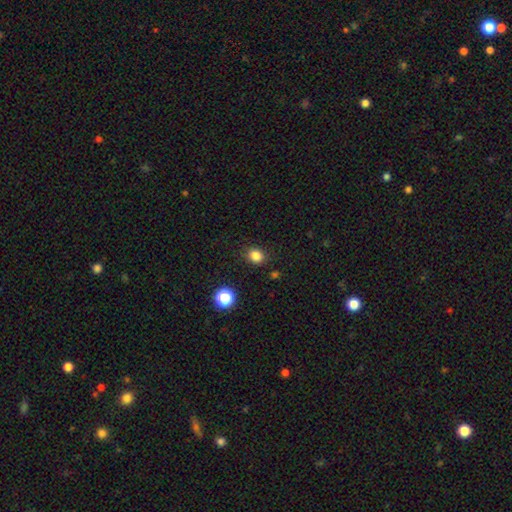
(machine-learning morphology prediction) smooth_or_featured: smooth (p=0.83) [alt: star or artifact p=0.13]
how_rounded: round (p=0.62) [alt: in between p=0.37]
merging: none (p=0.85) [alt: minor disturbance p=0.10]